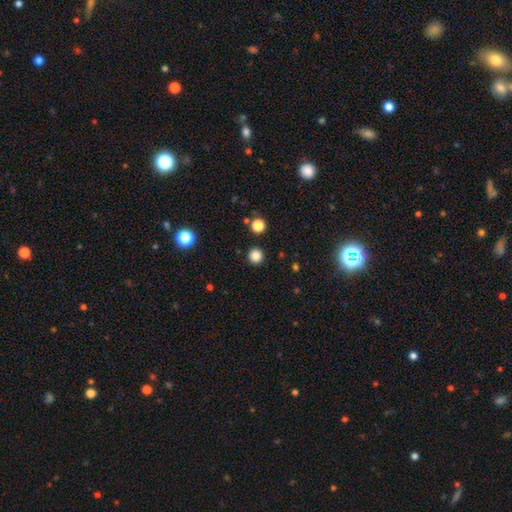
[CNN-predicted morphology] This is clearly a smooth galaxy (84%). How rounded: clearly round (95%). Merging: clearly none (92%).